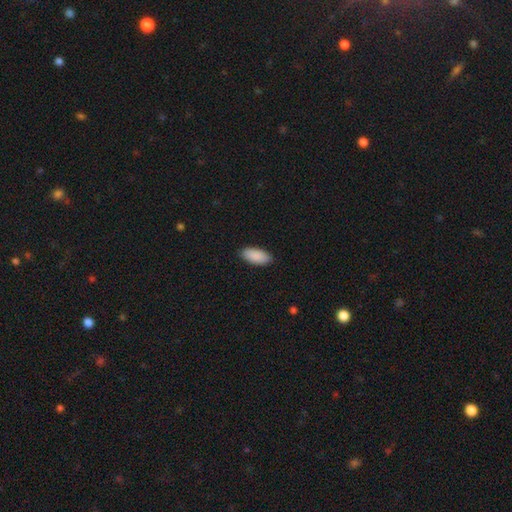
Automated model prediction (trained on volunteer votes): smooth_or_featured: smooth (p=0.91) [alt: star or artifact p=0.06]
how_rounded: in between (p=0.91) [alt: cigar-shaped p=0.08]
merging: none (p=0.88) [alt: minor disturbance p=0.09]